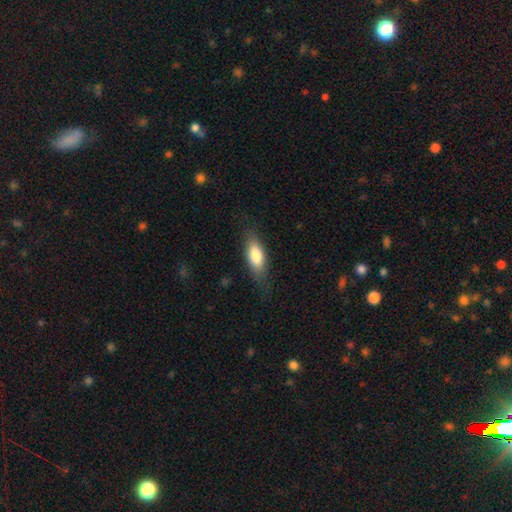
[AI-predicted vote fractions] smooth_or_featured: smooth (p=0.77) [alt: featured or disk p=0.17]
how_rounded: in between (p=0.76) [alt: cigar-shaped p=0.21]
merging: none (p=0.76) [alt: minor disturbance p=0.17]